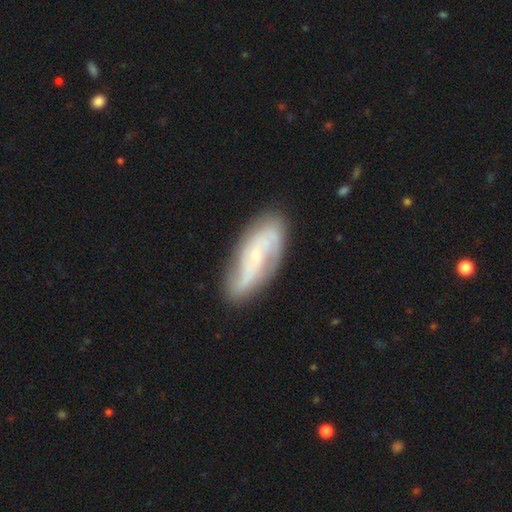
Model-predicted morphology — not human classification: smooth-or-featured: featured or disk: 76% | smooth: 18% | star or artifact: 6%
  disk-edge-on: no: 91% | yes: 9%
    bar: no: 59% | weak: 31% | strong: 10%
    has-spiral-arms: yes: 91% | no: 9%
      spiral-winding: medium: 41% | tight: 34% | loose: 26%
      spiral-arm-count: 2: 57% | can't tell: 23% | 3: 9% | 1: 4% | 4: 3% | more than 4: 3%
    bulge-size: small: 76% | moderate: 19% | none: 3% | large: 1% | dominant: 1%
  merging: none: 76% | minor disturbance: 17% | major disturbance: 5% | merger: 2%